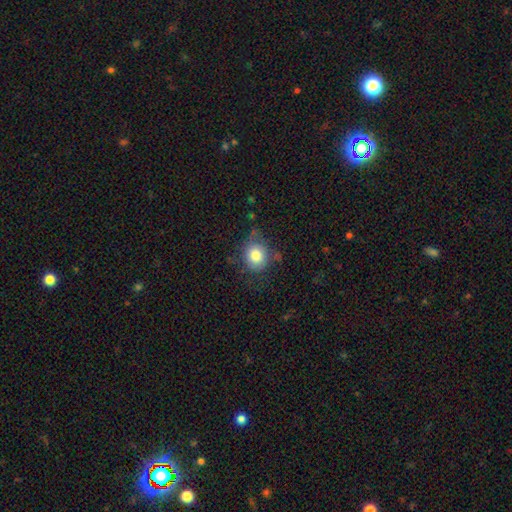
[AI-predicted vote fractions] A smooth galaxy with no disk features (80%) that is round (73%).

Vote fractions:
- Smooth or featured? smooth: 80% / featured or disk: 11% / star or artifact: 9%
- How rounded? round: 73% / in between: 26% / cigar-shaped: 1%
- Merging? none: 62% / minor disturbance: 26% / major disturbance: 10% / merger: 2%